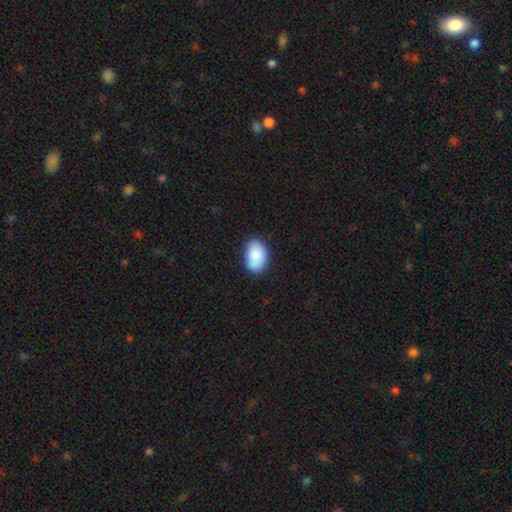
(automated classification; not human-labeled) Q: Smooth or featured?
A: smooth (86%); runner-up: featured or disk (7%)
Q: How rounded?
A: in between (89%); runner-up: round (10%)
Q: Merging?
A: none (77%); runner-up: minor disturbance (18%)